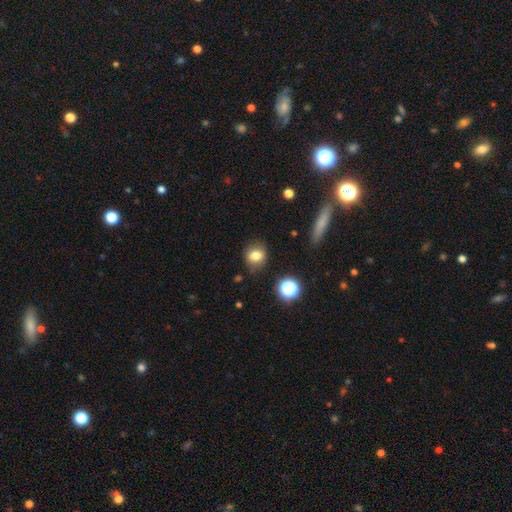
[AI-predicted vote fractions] smooth 78%, star or artifact 12%, featured or disk 10%. Down the decision tree: how rounded — round (61%); merging — none (78%).